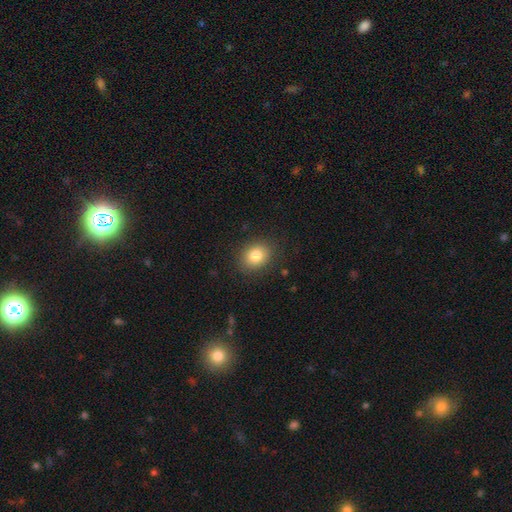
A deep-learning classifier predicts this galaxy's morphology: Smooth or featured? smooth (82%)
How rounded? round (54%)
Merging? none (86%)